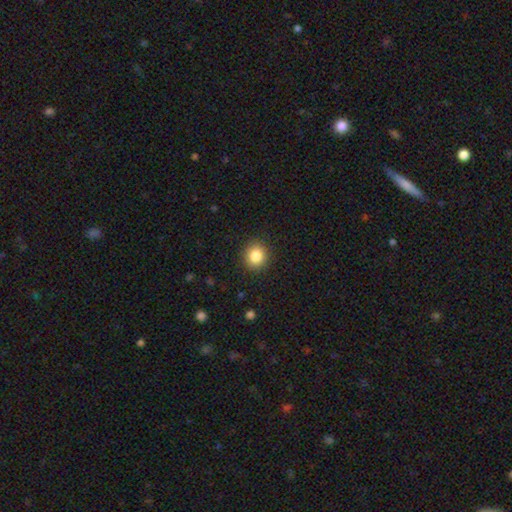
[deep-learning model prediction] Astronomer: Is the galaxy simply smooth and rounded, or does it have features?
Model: smooth — 85%.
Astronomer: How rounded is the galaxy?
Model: round — 83%.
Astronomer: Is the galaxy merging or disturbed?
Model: none — 90%.